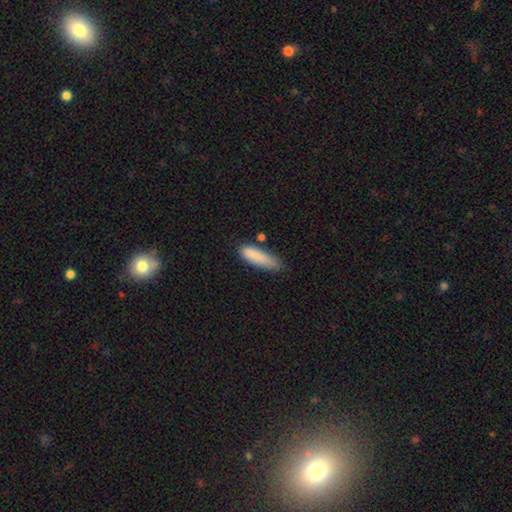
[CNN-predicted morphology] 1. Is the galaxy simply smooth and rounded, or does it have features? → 86% smooth, 7% featured or disk, 7% star or artifact.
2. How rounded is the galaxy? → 59% cigar-shaped, 39% in between, 2% round.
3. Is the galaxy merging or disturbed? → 57% none, 30% minor disturbance, 7% major disturbance, 5% merger.